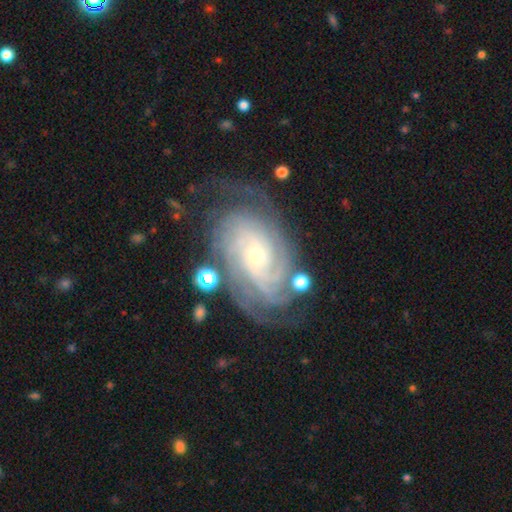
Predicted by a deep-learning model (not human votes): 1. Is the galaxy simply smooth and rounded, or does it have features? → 90% featured or disk, 6% star or artifact, 5% smooth.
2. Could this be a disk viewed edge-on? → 96% no, 4% yes.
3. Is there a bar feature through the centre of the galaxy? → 70% no, 23% weak, 8% strong.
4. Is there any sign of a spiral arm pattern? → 98% yes, 2% no.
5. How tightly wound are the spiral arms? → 77% tight, 20% medium, 3% loose.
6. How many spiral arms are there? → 32% 4, 21% can't tell, 17% more than 4, 16% 3, 9% 2, 6% 1.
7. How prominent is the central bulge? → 70% small, 26% moderate, 2% large, 1% none, 1% dominant.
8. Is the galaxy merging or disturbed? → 72% none, 18% minor disturbance, 8% major disturbance, 3% merger.